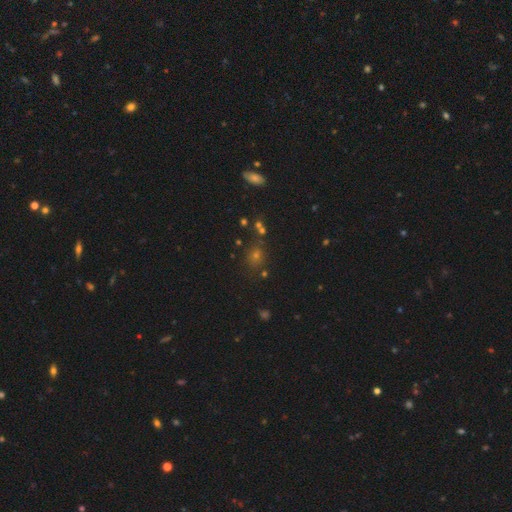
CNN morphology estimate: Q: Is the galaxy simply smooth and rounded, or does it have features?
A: smooth — 56%.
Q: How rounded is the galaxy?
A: round — 75%.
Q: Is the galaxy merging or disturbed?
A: none — 77%.